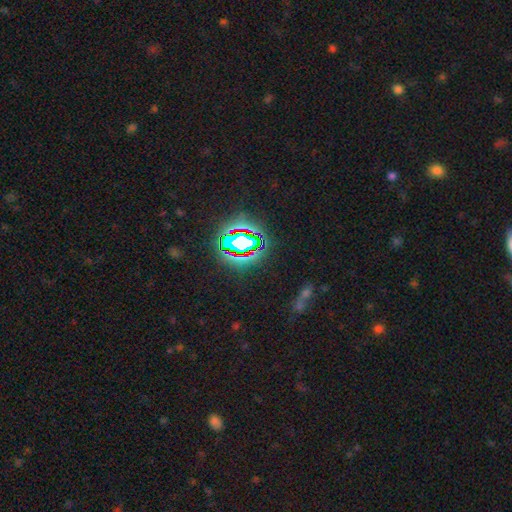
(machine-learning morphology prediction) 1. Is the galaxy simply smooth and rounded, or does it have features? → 79% star or artifact, 13% smooth, 8% featured or disk.